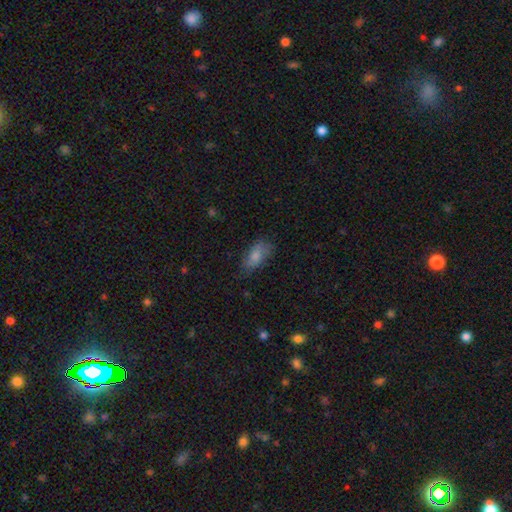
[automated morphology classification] A smooth galaxy with no disk features (78%) that is in between round and cigar-shaped (86%). Merging: none (64%).